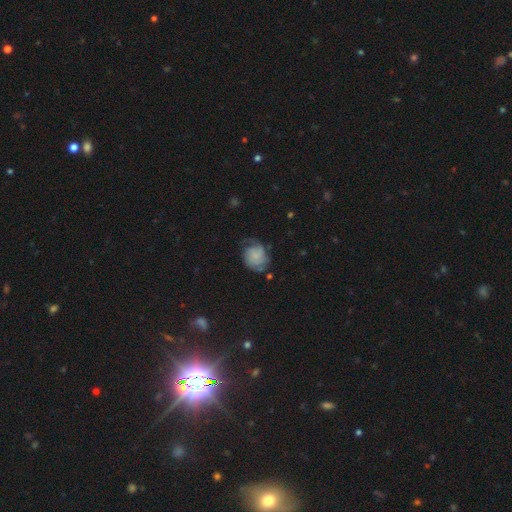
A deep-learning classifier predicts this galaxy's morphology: A featured or disk galaxy (51%).

Vote fractions:
- Smooth or featured? featured or disk: 51% / smooth: 40% / star or artifact: 9%
- Edge-on disk? no: 98% / yes: 2%
- Merging? none: 49% / minor disturbance: 29% / major disturbance: 18% / merger: 3%